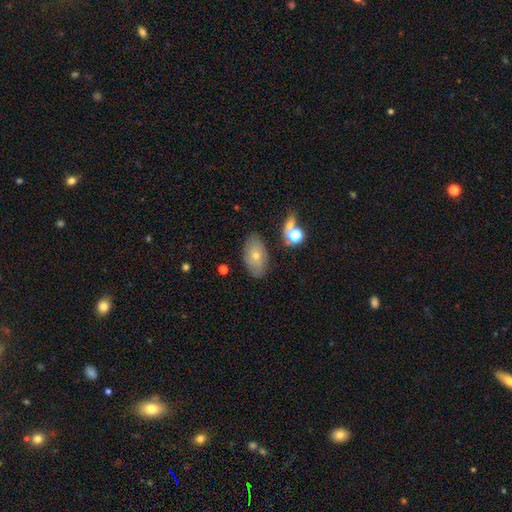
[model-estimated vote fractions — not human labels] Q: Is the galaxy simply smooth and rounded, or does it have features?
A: smooth — 54%.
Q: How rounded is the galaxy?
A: in between — 90%.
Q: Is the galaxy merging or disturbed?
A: none — 78%.